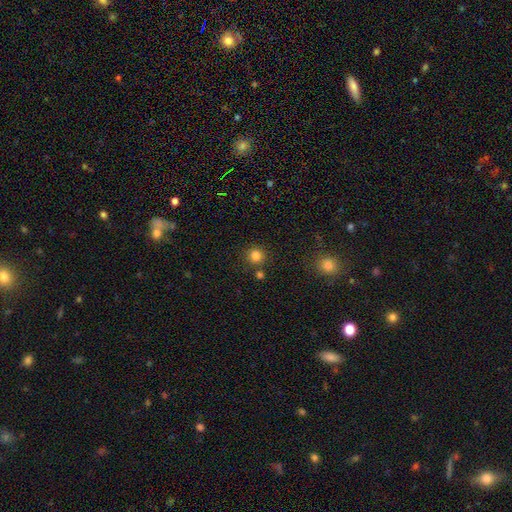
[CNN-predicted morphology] smooth-or-featured: smooth: 82% | star or artifact: 13% | featured or disk: 5%
  how-rounded: round: 93% | in between: 6% | cigar-shaped: 1%
  merging: none: 81% | merger: 9% | minor disturbance: 7% | major disturbance: 3%